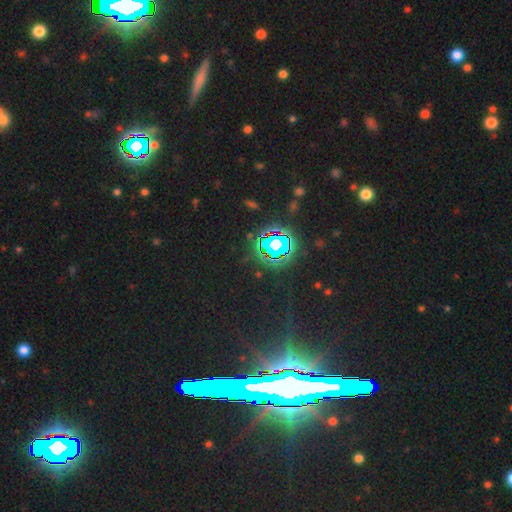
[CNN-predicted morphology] This appears to be a star or artifact, not a galaxy (79%).